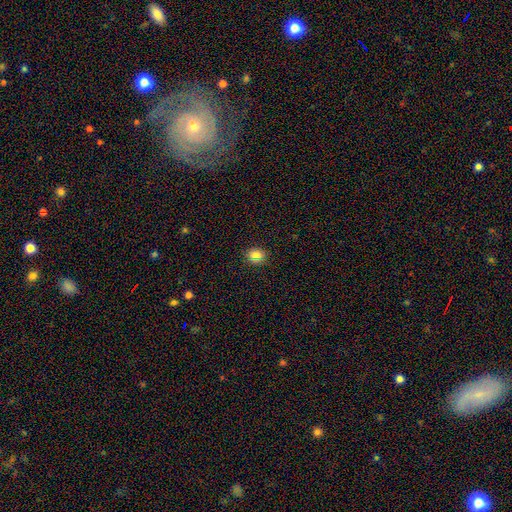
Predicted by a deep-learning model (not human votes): Smooth or featured: smooth — 73% (star or artifact — 20%)
How rounded: round — 58% (in between — 40%)
Merging: none — 88% (minor disturbance — 8%)